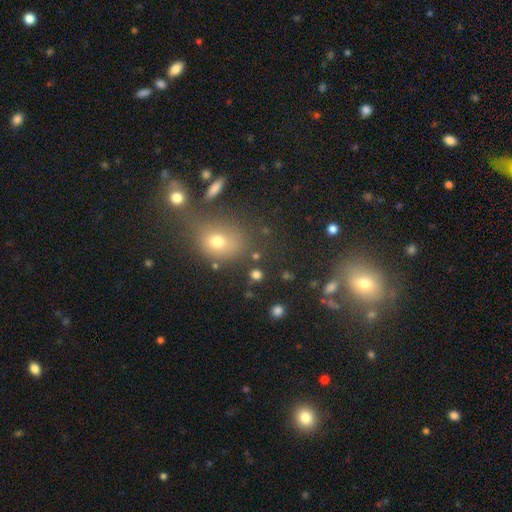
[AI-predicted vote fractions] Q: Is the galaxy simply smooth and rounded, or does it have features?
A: smooth — 65%.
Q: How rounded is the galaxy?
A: round — 51%.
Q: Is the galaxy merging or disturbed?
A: none — 56%.